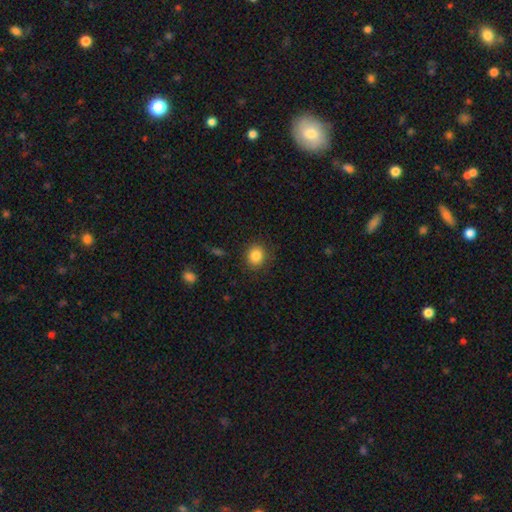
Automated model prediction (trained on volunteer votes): smooth-or-featured: smooth: 84% | star or artifact: 10% | featured or disk: 6%
  how-rounded: round: 78% | in between: 21% | cigar-shaped: 1%
  merging: none: 87% | minor disturbance: 9% | major disturbance: 3% | merger: 1%